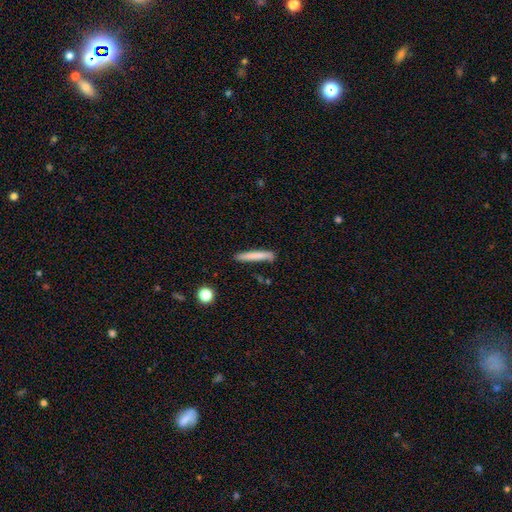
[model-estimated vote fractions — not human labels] A smooth galaxy with no disk features (75%) that is cigar-shaped (95%). Merging: none (83%).